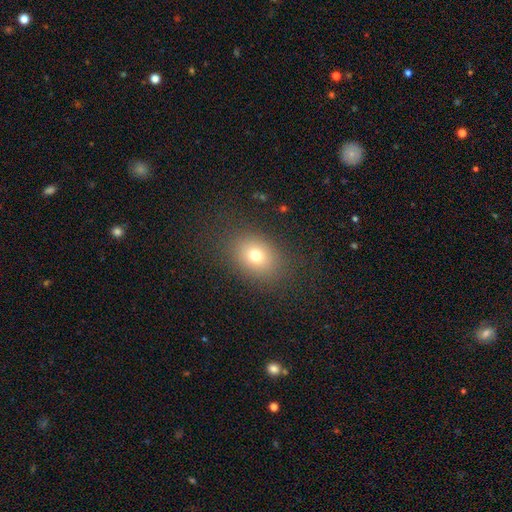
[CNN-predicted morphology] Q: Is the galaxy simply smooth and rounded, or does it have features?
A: smooth — 74%.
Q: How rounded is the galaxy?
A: in between — 57%.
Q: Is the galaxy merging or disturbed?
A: none — 83%.